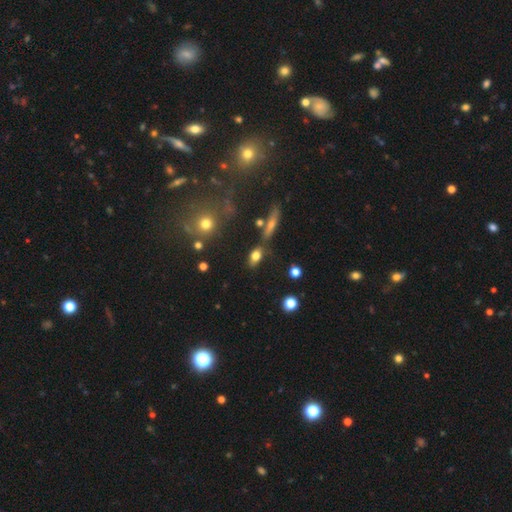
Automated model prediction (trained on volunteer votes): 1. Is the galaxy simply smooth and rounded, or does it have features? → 75% smooth, 14% featured or disk, 11% star or artifact.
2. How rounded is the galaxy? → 78% in between, 14% round, 8% cigar-shaped.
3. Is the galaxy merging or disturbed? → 66% none, 17% minor disturbance, 12% merger, 6% major disturbance.